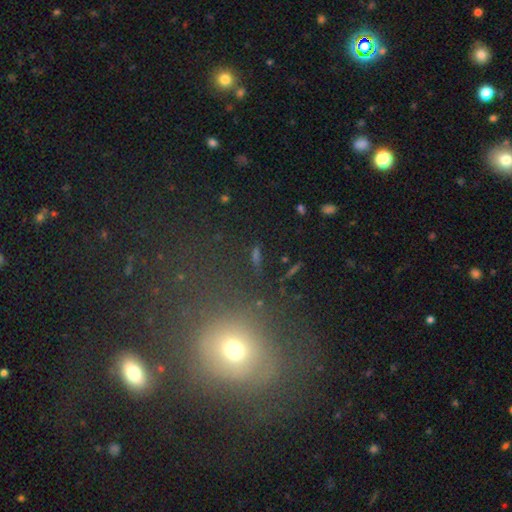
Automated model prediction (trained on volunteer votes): Smooth or featured? smooth (44%)
Merging? none (82%)